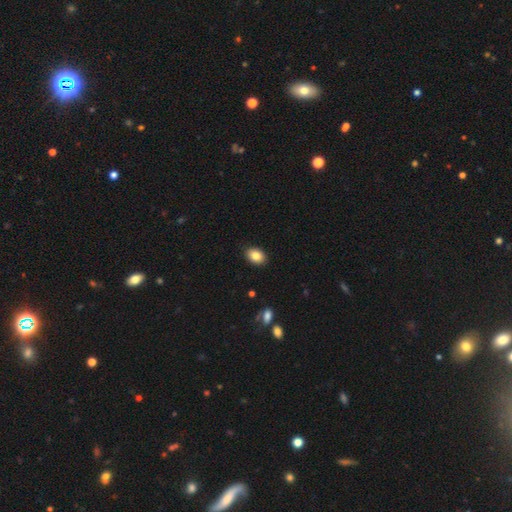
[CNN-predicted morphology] This is clearly a smooth galaxy (85%). How rounded: likely in between (78%). Merging: clearly none (89%).